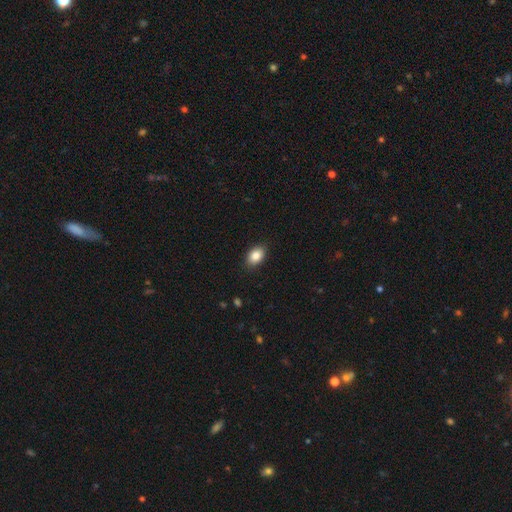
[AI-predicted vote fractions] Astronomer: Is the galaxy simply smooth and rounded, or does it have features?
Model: smooth — 86%.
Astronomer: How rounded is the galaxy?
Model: in between — 84%.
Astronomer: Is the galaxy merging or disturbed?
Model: none — 88%.